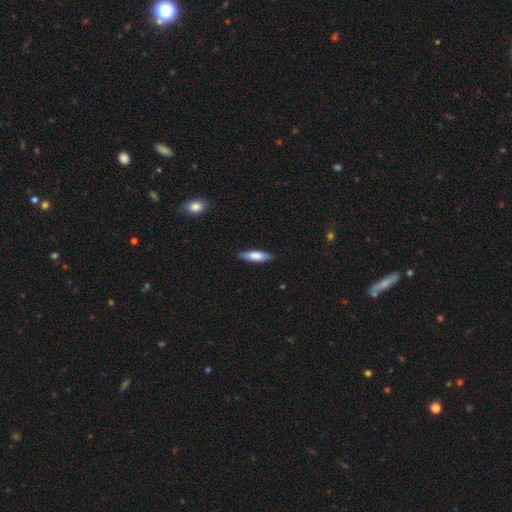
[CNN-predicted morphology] Smooth or featured: smooth — 77% (featured or disk — 18%)
How rounded: cigar-shaped — 58% (in between — 41%)
Merging: none — 87% (minor disturbance — 10%)